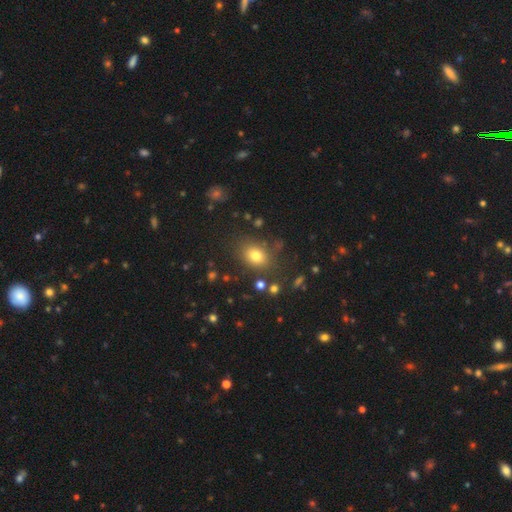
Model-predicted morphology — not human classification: smooth 77%, star or artifact 14%, featured or disk 10%. Down the decision tree: how rounded — in between (62%); merging — none (77%).